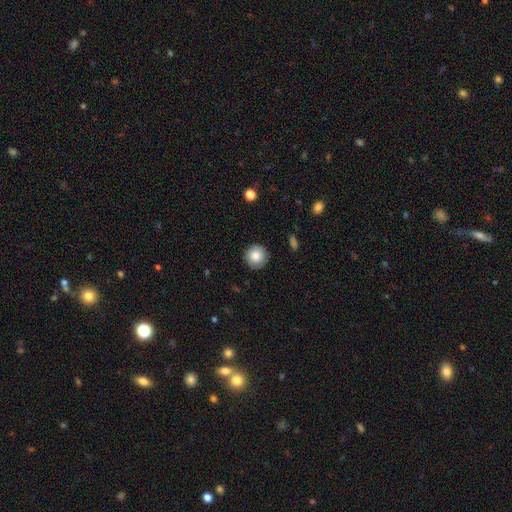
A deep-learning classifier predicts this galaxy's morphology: This appears to be a smooth galaxy with no disk features (81%) that is round (95%). Merging: none (89%).